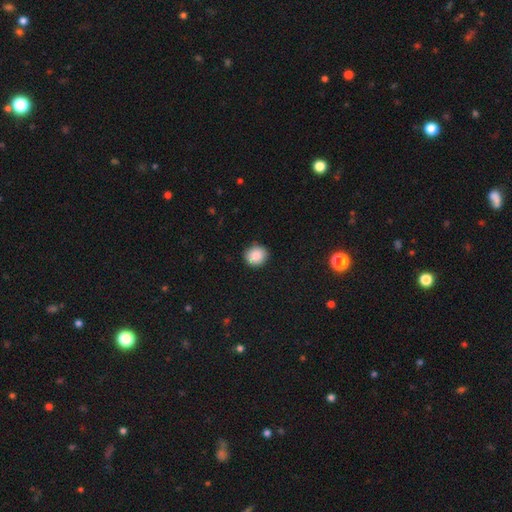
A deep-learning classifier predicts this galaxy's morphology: Overall: smooth (88%). How rounded: round (81%). Merging: none (88%).